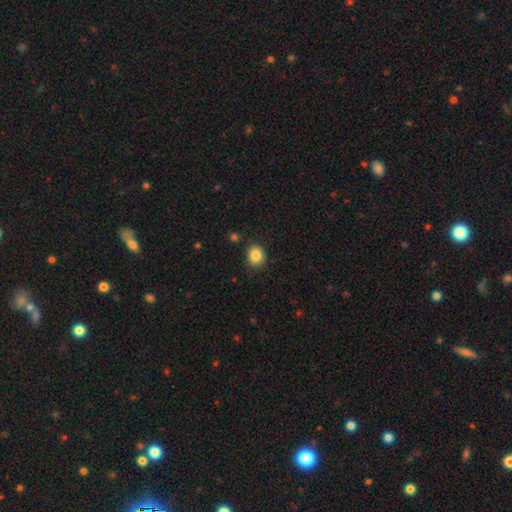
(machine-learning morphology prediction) Smooth or featured? smooth (86%)
How rounded? round (72%)
Merging? none (84%)